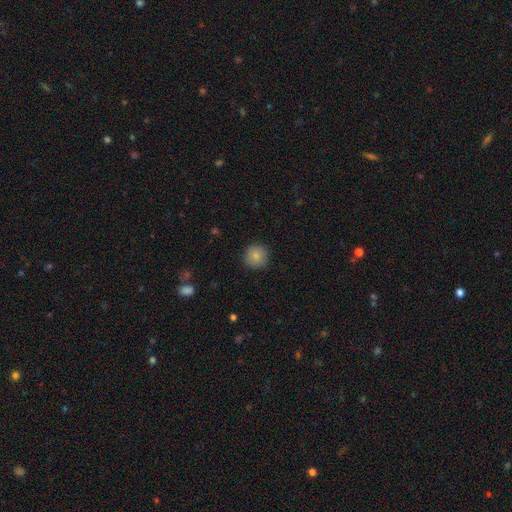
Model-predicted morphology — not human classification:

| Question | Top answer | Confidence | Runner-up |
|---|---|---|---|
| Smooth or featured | smooth | 84% | star or artifact (9%) |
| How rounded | round | 94% | in between (5%) |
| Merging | none | 90% | minor disturbance (7%) |